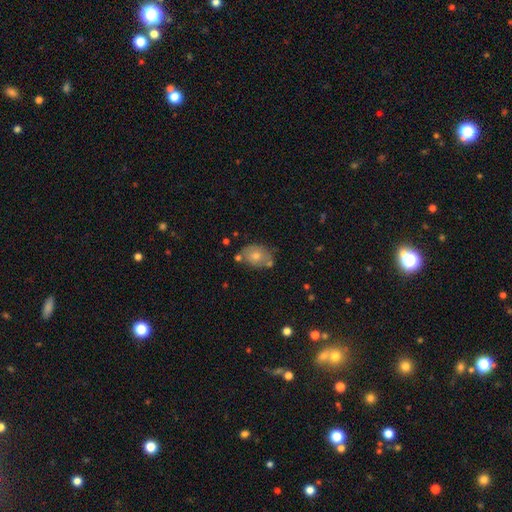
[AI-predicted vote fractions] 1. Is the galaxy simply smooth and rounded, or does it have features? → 70% smooth, 21% featured or disk, 9% star or artifact.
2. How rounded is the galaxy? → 68% in between, 31% round, 1% cigar-shaped.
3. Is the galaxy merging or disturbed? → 62% none, 19% minor disturbance, 14% merger, 5% major disturbance.